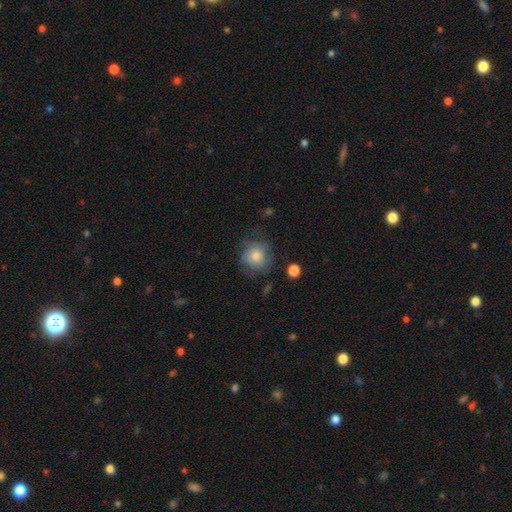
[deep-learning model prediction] This appears to be a smooth galaxy with no disk features (68%) that is round (86%). Merging: none (64%).